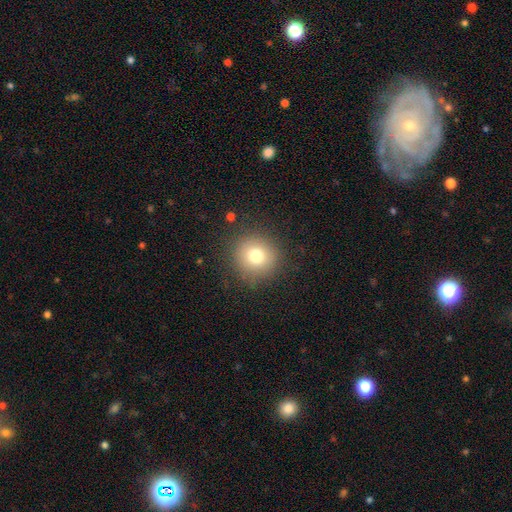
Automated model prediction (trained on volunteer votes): smooth 77%, star or artifact 12%, featured or disk 10%. Down the decision tree: how rounded — round (93%); merging — none (87%).